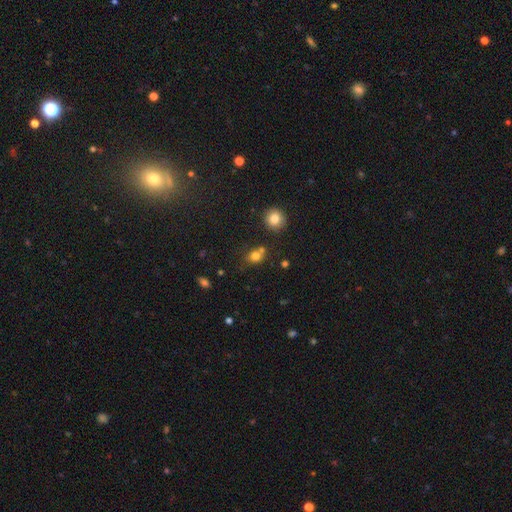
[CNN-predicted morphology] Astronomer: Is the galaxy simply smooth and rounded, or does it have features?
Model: smooth — 76%.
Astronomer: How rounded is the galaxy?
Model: round — 63%.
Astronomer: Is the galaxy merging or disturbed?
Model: none — 55%.